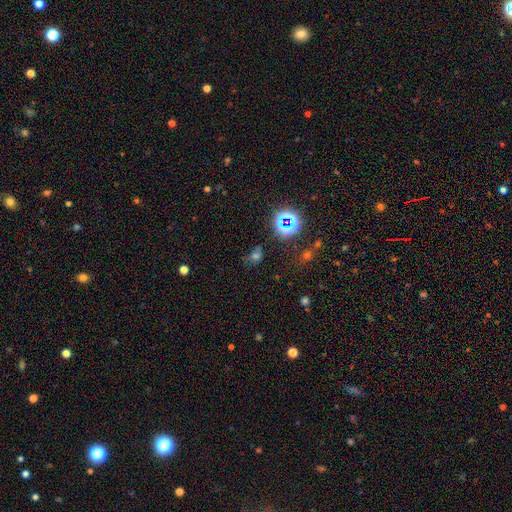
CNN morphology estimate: smooth 45%, star or artifact 44%, featured or disk 11%. Down the decision tree: merging — none (68%).